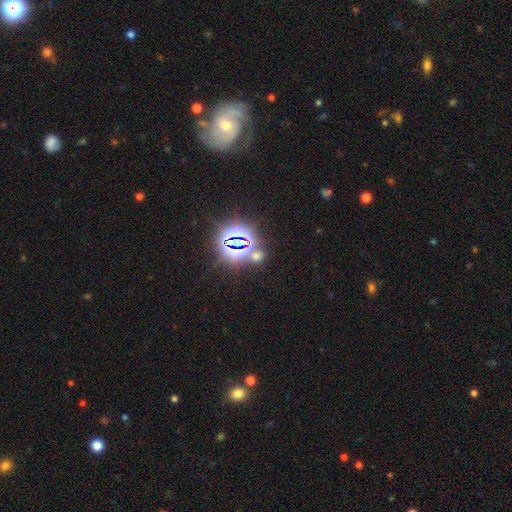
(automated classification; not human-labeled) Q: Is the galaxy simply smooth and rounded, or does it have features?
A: star or artifact — 62%.